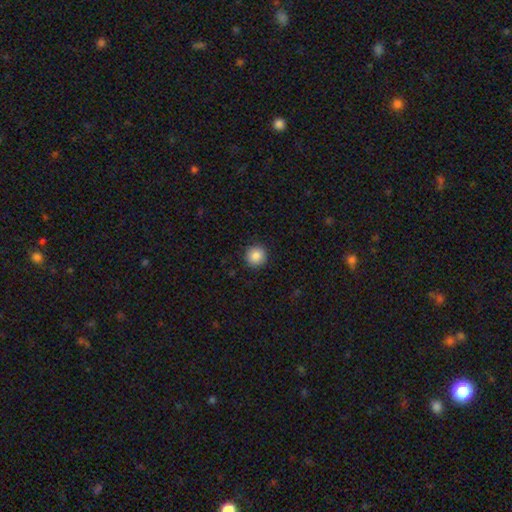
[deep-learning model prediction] Q: Smooth or featured?
A: smooth (85%); runner-up: star or artifact (9%)
Q: How rounded?
A: round (95%); runner-up: in between (4%)
Q: Merging?
A: none (92%); runner-up: minor disturbance (5%)